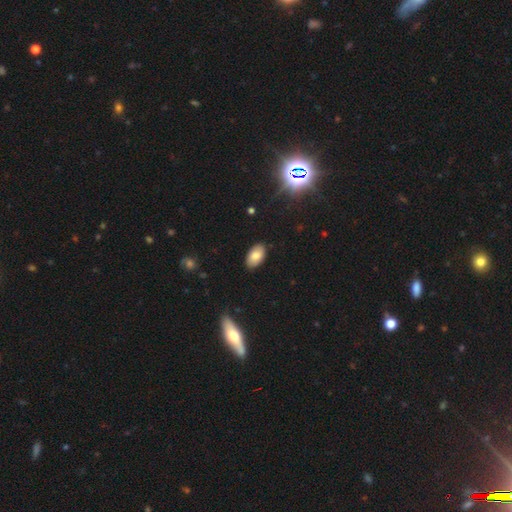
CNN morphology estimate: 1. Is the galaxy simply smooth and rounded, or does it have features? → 83% smooth, 9% featured or disk, 8% star or artifact.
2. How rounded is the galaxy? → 95% in between, 4% round, 2% cigar-shaped.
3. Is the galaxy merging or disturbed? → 87% none, 10% minor disturbance, 2% major disturbance, 1% merger.